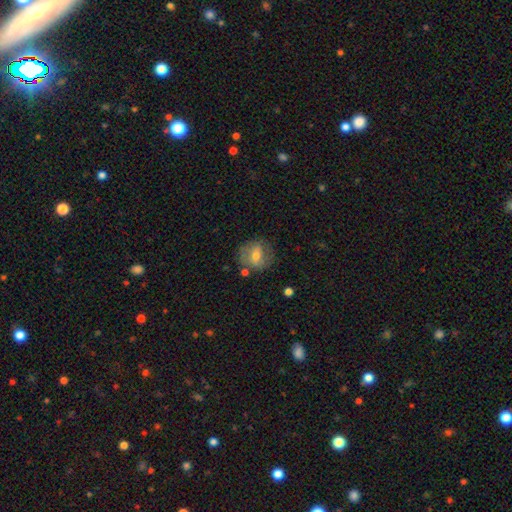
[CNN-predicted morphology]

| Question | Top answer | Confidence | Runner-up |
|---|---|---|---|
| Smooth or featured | smooth | 55% | featured or disk (36%) |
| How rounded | round | 74% | in between (25%) |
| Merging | none | 68% | minor disturbance (18%) |